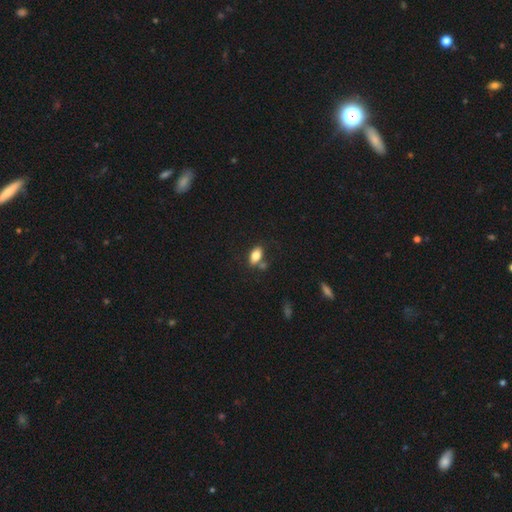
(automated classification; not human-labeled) The model was most divided on "merging": none: 68%, merger: 14%, minor disturbance: 14%, major disturbance: 4%. More confident: how rounded — in between (89%); smooth or featured — smooth (80%).